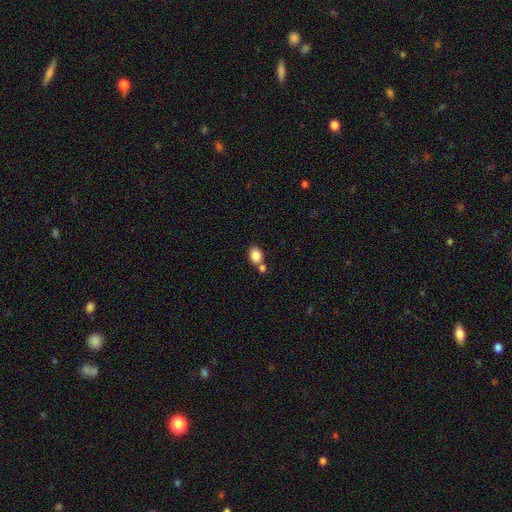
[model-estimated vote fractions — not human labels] This is clearly a smooth galaxy (85%). How rounded: likely in between (67%). Merging: possibly none (57%).